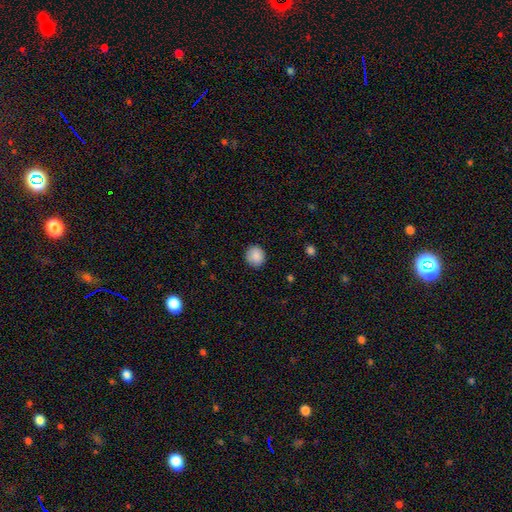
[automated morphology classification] This appears to be a smooth galaxy with no disk features (88%) that is round (90%). Merging: none (89%).